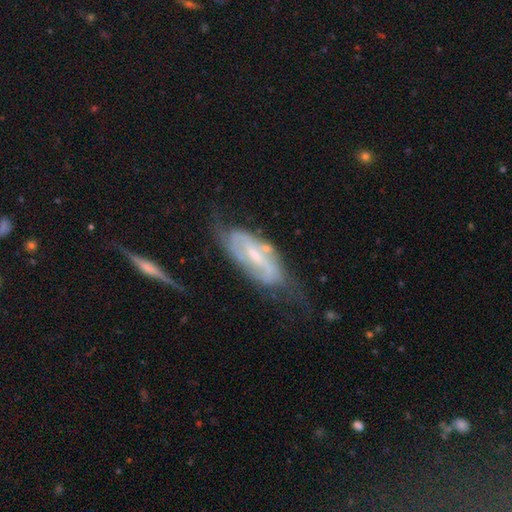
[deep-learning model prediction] smooth-or-featured: featured or disk: 78% | smooth: 15% | star or artifact: 6%
  disk-edge-on: no: 89% | yes: 11%
    bar: weak: 44% | strong: 37% | no: 18%
    has-spiral-arms: yes: 87% | no: 13%
      spiral-winding: medium: 42% | tight: 34% | loose: 24%
      spiral-arm-count: 2: 73% | can't tell: 19% | 3: 3% | 1: 3% | 4: 1% | more than 4: 1%
    bulge-size: small: 55% | moderate: 35% | none: 7% | large: 2% | dominant: 1%
  merging: none: 54% | minor disturbance: 25% | major disturbance: 15% | merger: 5%